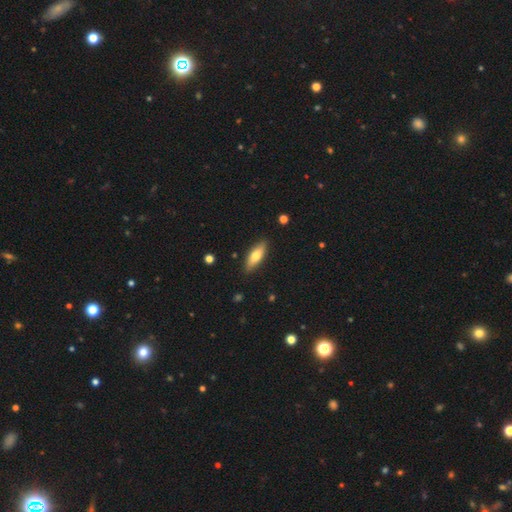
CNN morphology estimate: smooth-or-featured: smooth: 67% | featured or disk: 27% | star or artifact: 6%
  how-rounded: in between: 62% | cigar-shaped: 36% | round: 2%
  merging: none: 86% | minor disturbance: 10% | major disturbance: 2% | merger: 1%